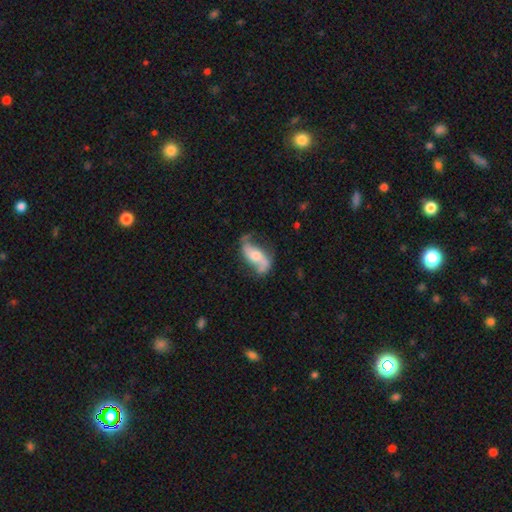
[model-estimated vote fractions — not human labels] featured or disk 74%, smooth 20%, star or artifact 6%. Down the decision tree: edge-on disk — no (92%); bar — no (49%); spiral arms — yes (89%); spiral arm count — 2 (89%); spiral winding — loose (72%); bulge size — moderate (55%); merging — none (59%).